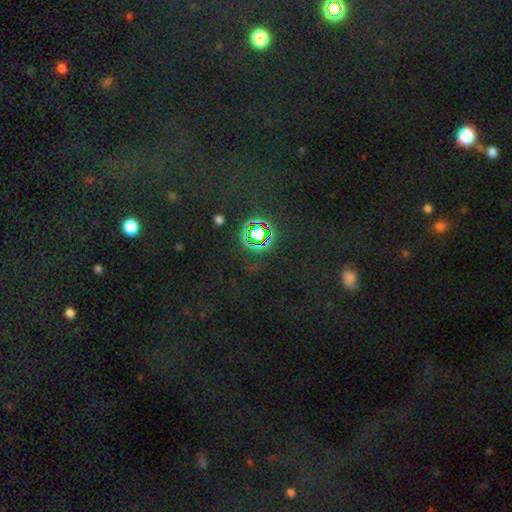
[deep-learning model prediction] Smooth or featured: star or artifact — 70% (smooth — 20%)